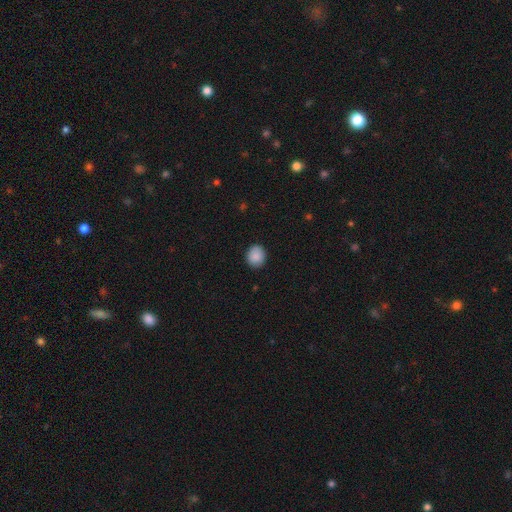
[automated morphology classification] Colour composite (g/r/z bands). It shows a smooth galaxy with no disk features (89%) that is round (71%). Merging: none (88%).